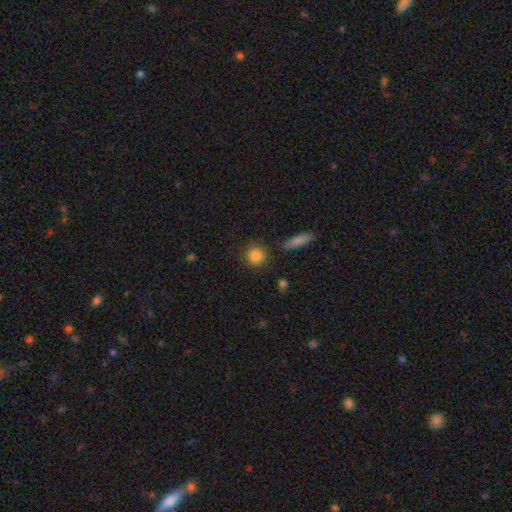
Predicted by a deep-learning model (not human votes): Q: Smooth or featured?
A: smooth (85%); runner-up: star or artifact (9%)
Q: How rounded?
A: round (89%); runner-up: in between (9%)
Q: Merging?
A: none (85%); runner-up: minor disturbance (9%)